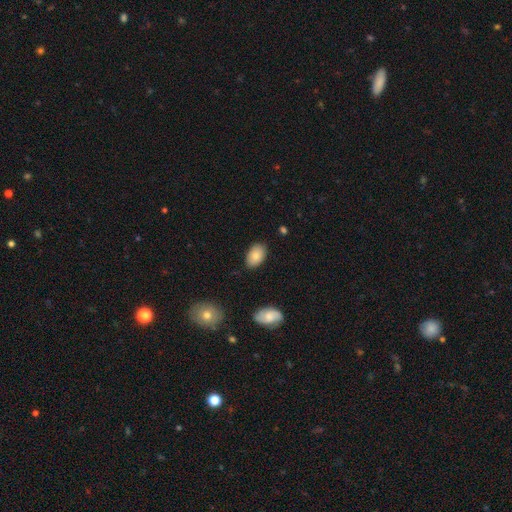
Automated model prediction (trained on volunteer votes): smooth_or_featured: smooth (p=0.83) [alt: featured or disk p=0.10]
how_rounded: in between (p=0.91) [alt: round p=0.08]
merging: none (p=0.83) [alt: minor disturbance p=0.13]